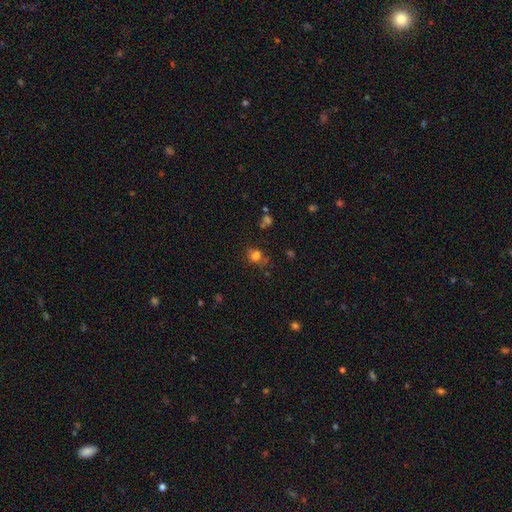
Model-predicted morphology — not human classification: smooth 69%, star or artifact 20%, featured or disk 11%. Down the decision tree: how rounded — round (61%); merging — none (57%).